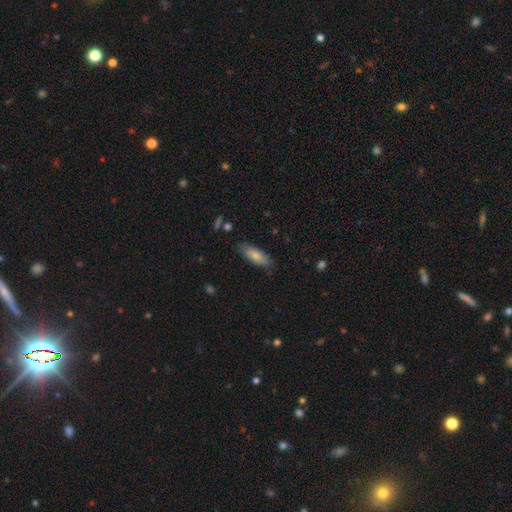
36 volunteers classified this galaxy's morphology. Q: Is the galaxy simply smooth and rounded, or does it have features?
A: smooth — 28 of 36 (78%).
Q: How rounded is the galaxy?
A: in between — 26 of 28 (93%).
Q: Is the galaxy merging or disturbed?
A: none — 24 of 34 (71%).